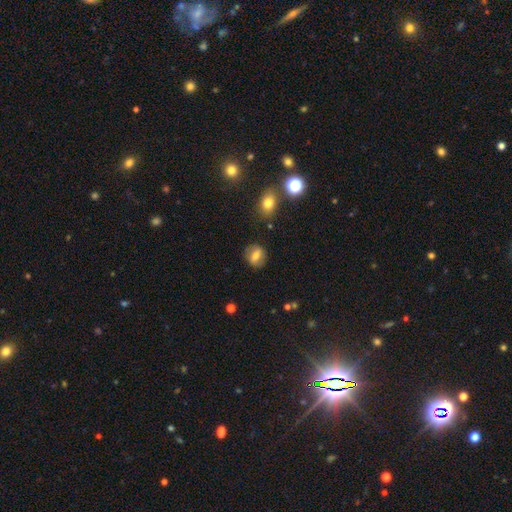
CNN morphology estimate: smooth-or-featured: smooth: 61% | featured or disk: 29% | star or artifact: 10%
  how-rounded: round: 67% | in between: 32% | cigar-shaped: 2%
  merging: none: 83% | minor disturbance: 11% | major disturbance: 4% | merger: 2%